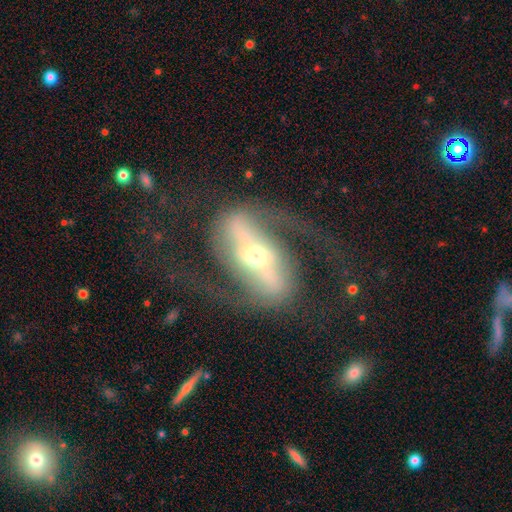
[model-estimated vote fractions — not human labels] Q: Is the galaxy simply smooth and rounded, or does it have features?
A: featured or disk — 90%.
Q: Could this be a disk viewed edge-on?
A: no — 93%.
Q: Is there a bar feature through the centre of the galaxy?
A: strong — 72%.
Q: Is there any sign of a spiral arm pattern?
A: yes — 94%.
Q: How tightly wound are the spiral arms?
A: medium — 49%.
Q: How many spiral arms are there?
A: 2 — 93%.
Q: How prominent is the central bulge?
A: moderate — 63%.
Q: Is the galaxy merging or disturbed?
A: none — 73%.